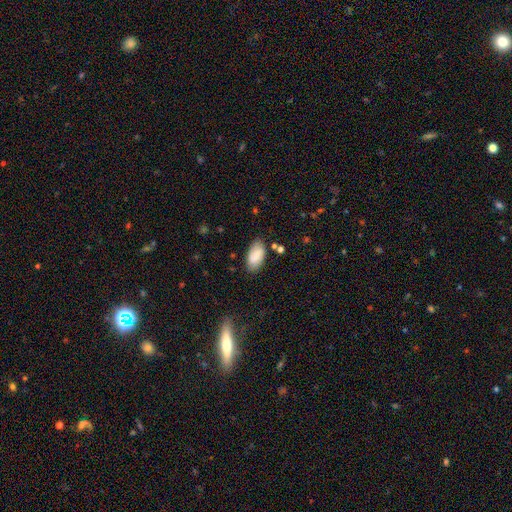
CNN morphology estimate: smooth_or_featured: smooth (p=0.85) [alt: featured or disk p=0.08]
how_rounded: in between (p=0.94) [alt: cigar-shaped p=0.04]
merging: none (p=0.80) [alt: minor disturbance p=0.15]